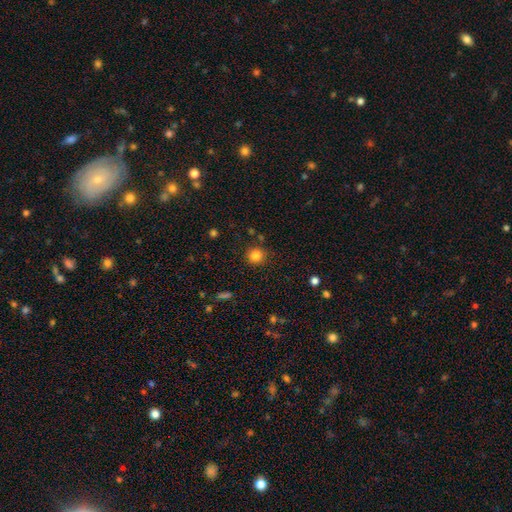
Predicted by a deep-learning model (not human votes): This is clearly a smooth galaxy (83%). How rounded: clearly round (92%). Merging: clearly none (87%).